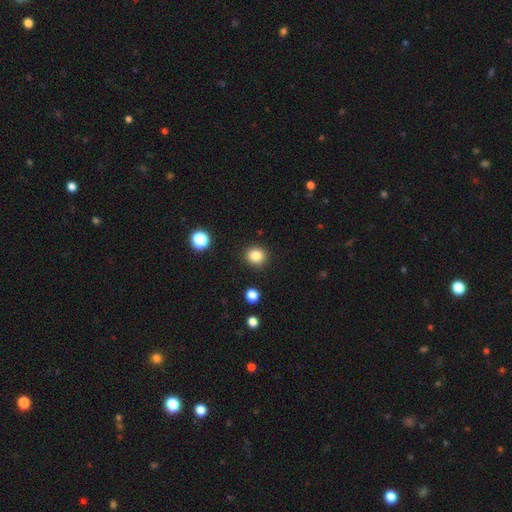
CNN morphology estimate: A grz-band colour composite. It shows a smooth galaxy with no disk features (85%) that is round (85%). Merging: none (91%).